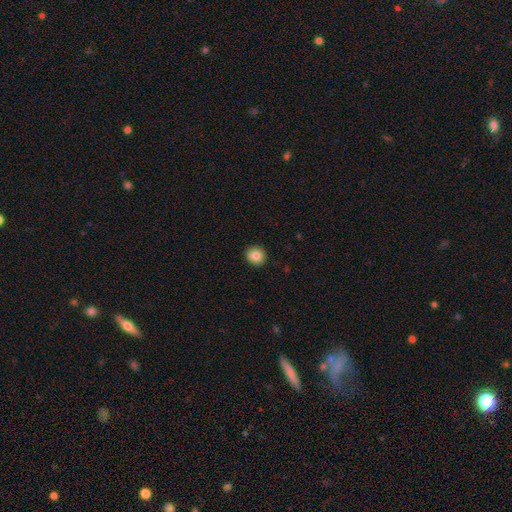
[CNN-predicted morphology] Smooth or featured: smooth — 84% (star or artifact — 9%)
How rounded: round — 89% (in between — 10%)
Merging: none — 92% (minor disturbance — 6%)